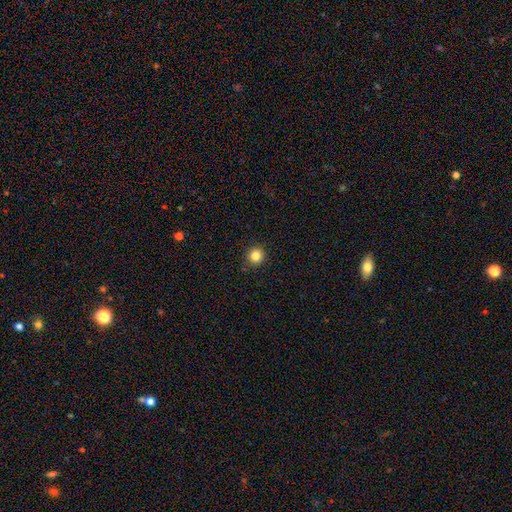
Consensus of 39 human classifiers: Smooth or featured?
  - smooth: 85% *
  - featured or disk: 8%
  - star or artifact: 8%
How rounded?
  - round: 94% *
  - in between: 6%
  - cigar-shaped: 0%
Merging?
  - none: 92% *
  - minor disturbance: 8%
  - major disturbance: 0%
  - merger: 0%